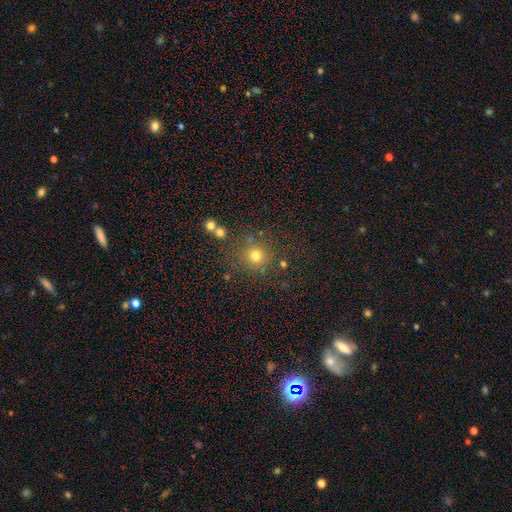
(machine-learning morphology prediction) smooth-or-featured: smooth: 72% | star or artifact: 19% | featured or disk: 8%
  how-rounded: round: 93% | in between: 6% | cigar-shaped: 1%
  merging: none: 79% | minor disturbance: 10% | merger: 7% | major disturbance: 5%